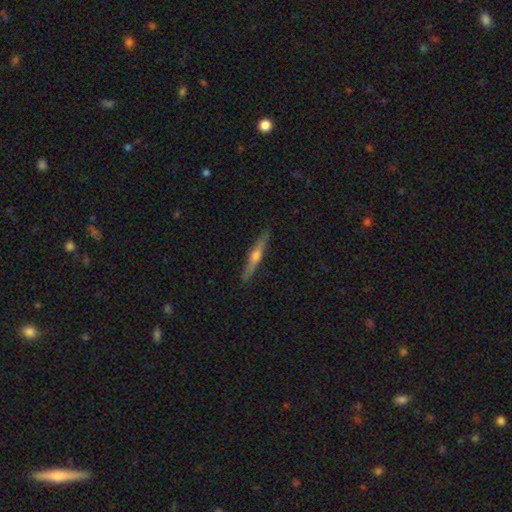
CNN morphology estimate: featured or disk 68%, smooth 26%, star or artifact 6%. Down the decision tree: edge-on disk — yes (97%); edge-on bulge — rounded (89%); merging — none (91%).